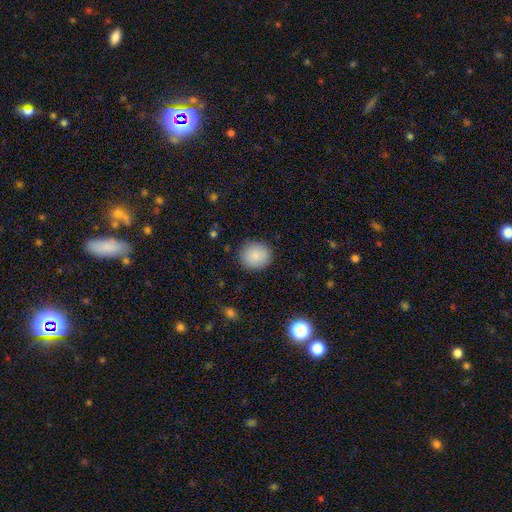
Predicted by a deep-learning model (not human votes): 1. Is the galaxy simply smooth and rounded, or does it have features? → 87% smooth, 8% star or artifact, 5% featured or disk.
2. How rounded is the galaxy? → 82% round, 17% in between, 1% cigar-shaped.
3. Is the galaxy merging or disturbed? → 88% none, 8% minor disturbance, 3% major disturbance, 1% merger.